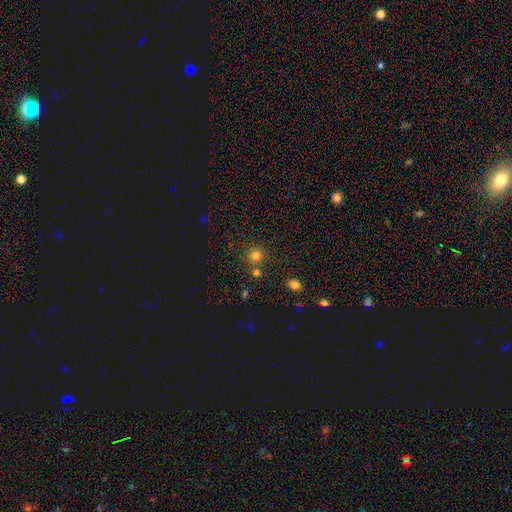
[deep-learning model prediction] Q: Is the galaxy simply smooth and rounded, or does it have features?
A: smooth — 76%.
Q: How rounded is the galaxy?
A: round — 92%.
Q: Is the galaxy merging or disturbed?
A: none — 77%.